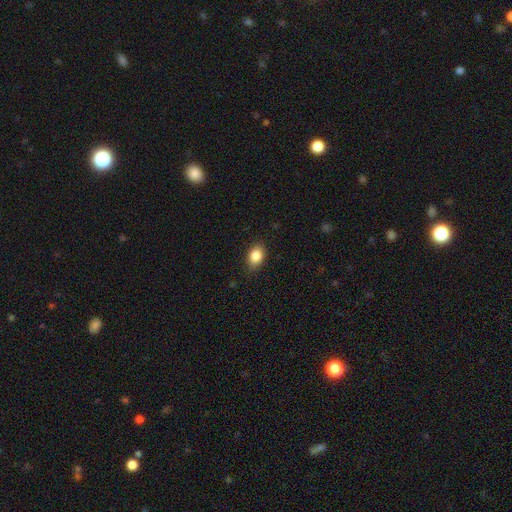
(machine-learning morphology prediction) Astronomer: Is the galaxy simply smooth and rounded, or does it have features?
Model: smooth — 85%.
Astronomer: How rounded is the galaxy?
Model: in between — 79%.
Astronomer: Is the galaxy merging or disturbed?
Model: none — 85%.